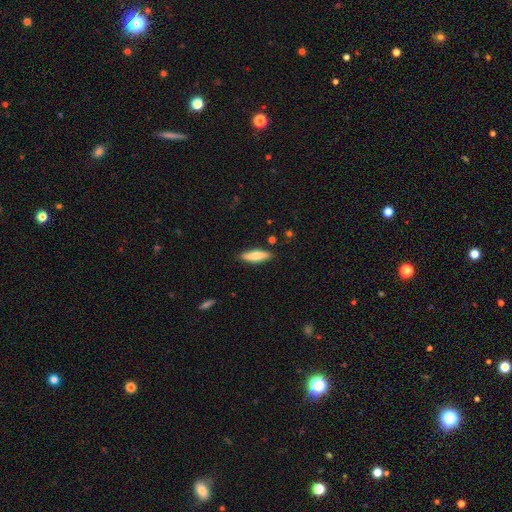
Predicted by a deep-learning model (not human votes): Morphology: type=smooth (67%); roundness=cigar-shaped (54%); merging=none (86%).